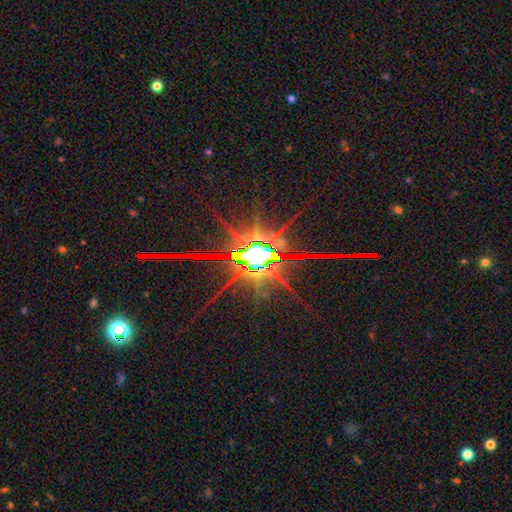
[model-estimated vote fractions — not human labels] smooth_or_featured: star or artifact (p=0.78) [alt: featured or disk p=0.16]